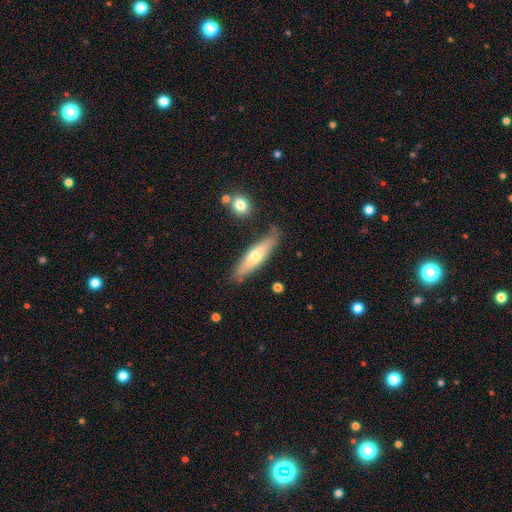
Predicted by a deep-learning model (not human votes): This appears to be a smooth galaxy with no disk features (55%) that is cigar-shaped (72%). Merging: none (77%).